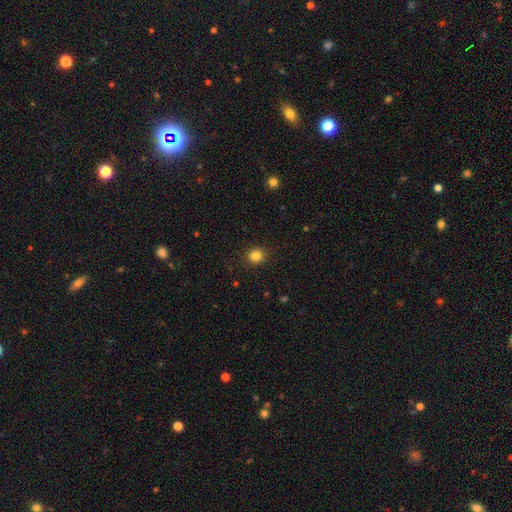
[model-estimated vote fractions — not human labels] Morphology: type=smooth (83%); roundness=round (85%); merging=none (90%).